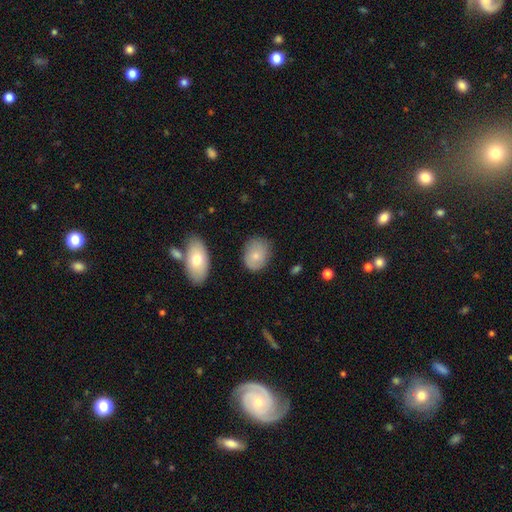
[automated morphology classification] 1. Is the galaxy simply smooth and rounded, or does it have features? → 77% smooth, 16% featured or disk, 7% star or artifact.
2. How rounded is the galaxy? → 58% in between, 41% round, 1% cigar-shaped.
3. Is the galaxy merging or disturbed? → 77% none, 17% minor disturbance, 4% major disturbance, 3% merger.